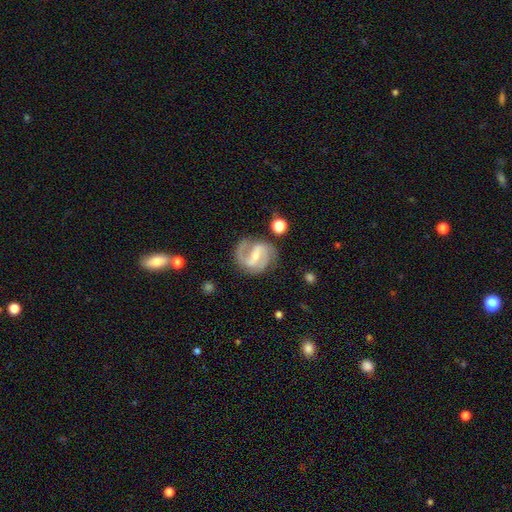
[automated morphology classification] smooth-or-featured: featured or disk: 86% | smooth: 8% | star or artifact: 5%
  disk-edge-on: no: 98% | yes: 2%
    bar: strong: 51% | weak: 37% | no: 11%
    has-spiral-arms: yes: 96% | no: 4%
      spiral-winding: medium: 54% | tight: 28% | loose: 18%
      spiral-arm-count: 2: 81% | 3: 7% | can't tell: 5% | 1: 4% | 4: 1% | more than 4: 1%
    bulge-size: small: 53% | moderate: 40% | none: 4% | large: 2% | dominant: 1%
  merging: none: 72% | minor disturbance: 17% | major disturbance: 8% | merger: 3%